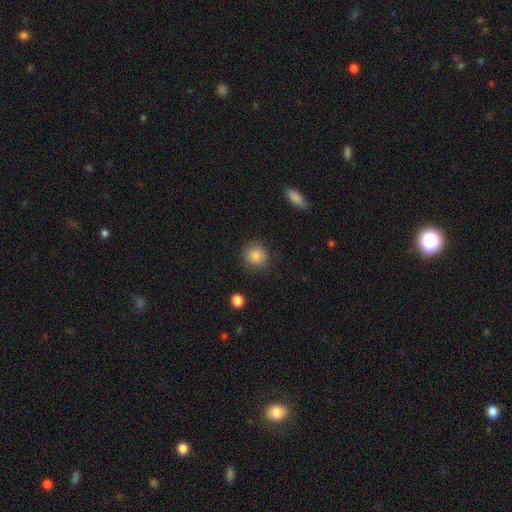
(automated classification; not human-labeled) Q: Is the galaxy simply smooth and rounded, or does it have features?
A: smooth — 84%.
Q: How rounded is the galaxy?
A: round — 87%.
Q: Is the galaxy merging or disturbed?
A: none — 84%.